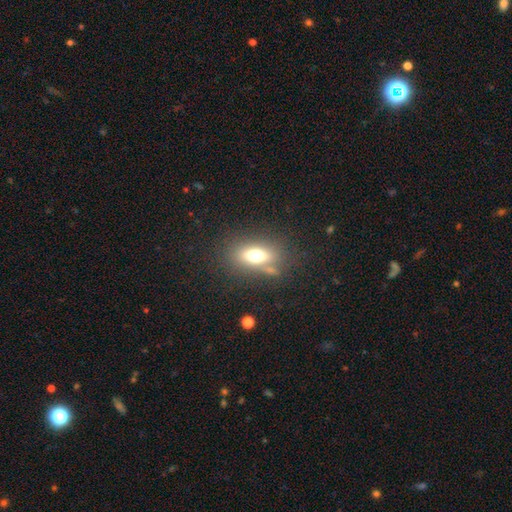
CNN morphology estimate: This is likely a smooth galaxy (64%). How rounded: likely in between (75%). Merging: likely none (69%).